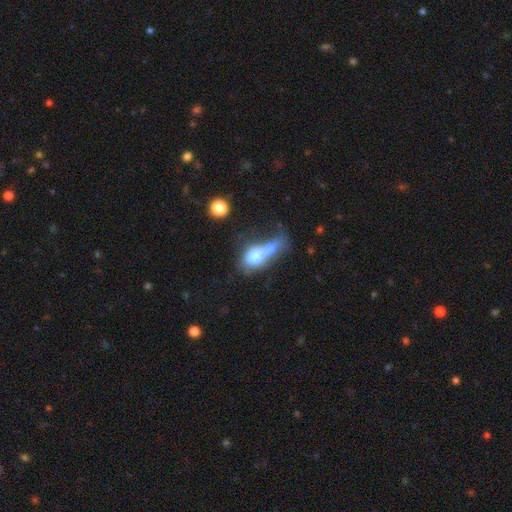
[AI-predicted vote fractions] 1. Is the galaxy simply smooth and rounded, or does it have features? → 63% smooth, 27% featured or disk, 10% star or artifact.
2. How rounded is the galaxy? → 62% in between, 23% round, 14% cigar-shaped.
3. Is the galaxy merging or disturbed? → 41% merger, 29% major disturbance, 16% none, 14% minor disturbance.